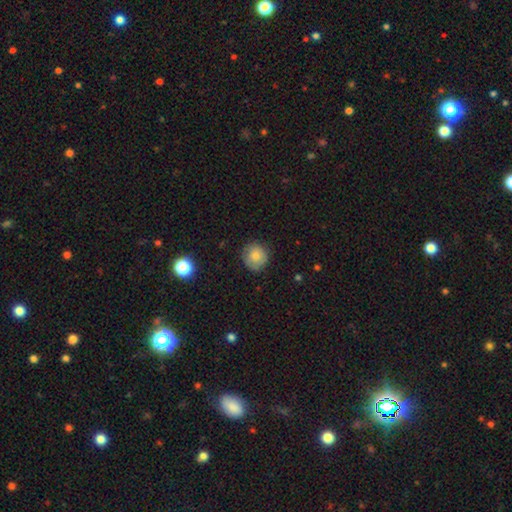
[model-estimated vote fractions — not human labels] A smooth galaxy with no disk features (79%) that is round (92%). Merging: none (85%).